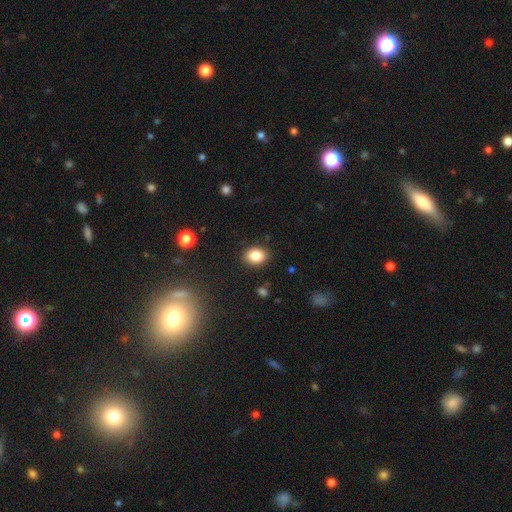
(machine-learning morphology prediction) A smooth galaxy with no disk features (85%) that is in between round and cigar-shaped (66%).

Vote fractions:
- Smooth or featured? smooth: 85% / star or artifact: 9% / featured or disk: 6%
- How rounded? in between: 66% / round: 33% / cigar-shaped: 1%
- Merging? none: 88% / minor disturbance: 8% / major disturbance: 2% / merger: 1%